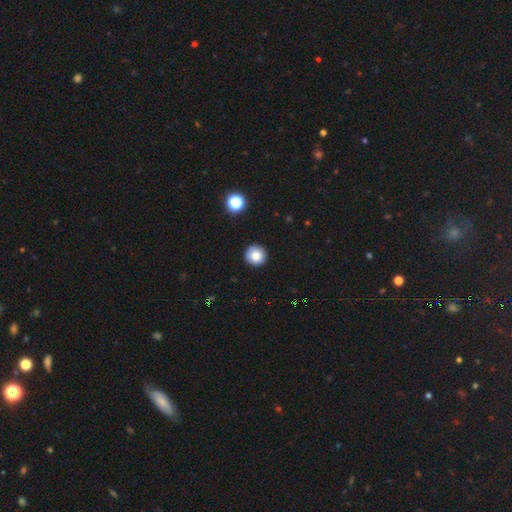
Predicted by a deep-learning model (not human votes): Morphology: type=smooth (82%); roundness=round (95%); merging=none (91%).